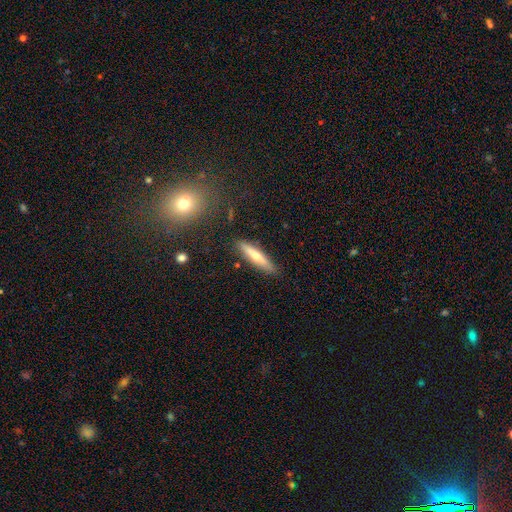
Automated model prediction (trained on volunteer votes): A smooth galaxy with no disk features (54%) that is cigar-shaped (85%).

Vote fractions:
- Smooth or featured? smooth: 54% / featured or disk: 39% / star or artifact: 7%
- How rounded? cigar-shaped: 85% / in between: 13% / round: 2%
- Merging? none: 87% / minor disturbance: 9% / major disturbance: 2% / merger: 2%